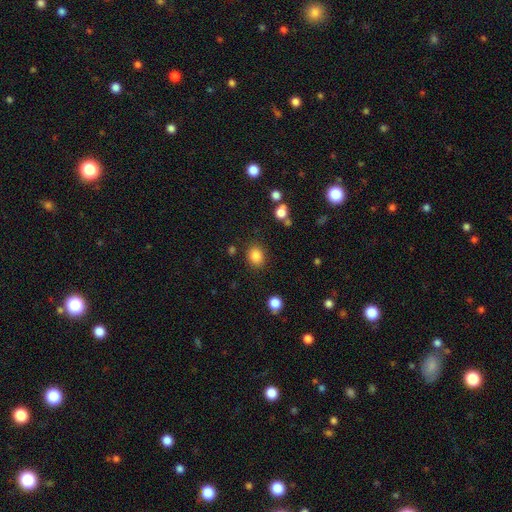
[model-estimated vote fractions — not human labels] A smooth galaxy with no disk features (85%) that is round (59%). Merging: none (85%).